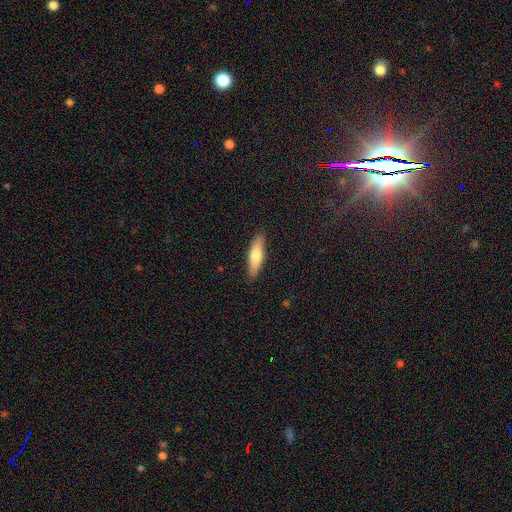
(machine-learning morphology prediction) Q: Smooth or featured?
A: smooth (69%); runner-up: featured or disk (25%)
Q: How rounded?
A: cigar-shaped (63%); runner-up: in between (35%)
Q: Merging?
A: none (88%); runner-up: minor disturbance (9%)